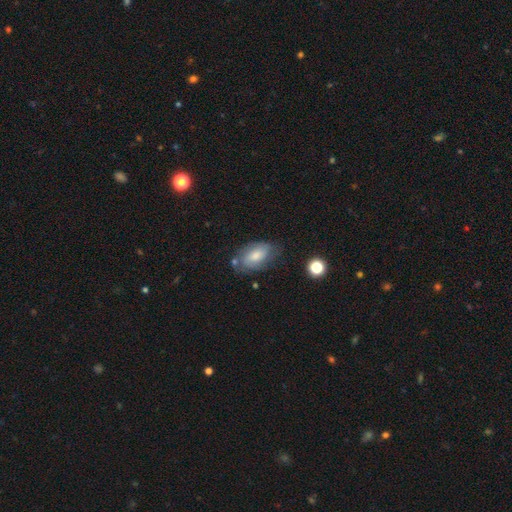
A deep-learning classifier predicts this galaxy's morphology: smooth-or-featured: smooth: 54% | featured or disk: 38% | star or artifact: 8%
  how-rounded: in between: 90% | round: 7% | cigar-shaped: 3%
  merging: none: 62% | minor disturbance: 24% | major disturbance: 8% | merger: 5%